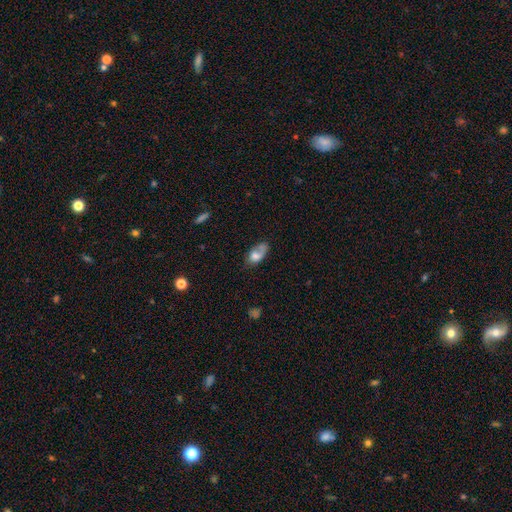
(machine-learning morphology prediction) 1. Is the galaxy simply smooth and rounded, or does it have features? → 66% smooth, 26% featured or disk, 8% star or artifact.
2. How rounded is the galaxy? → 88% in between, 9% round, 4% cigar-shaped.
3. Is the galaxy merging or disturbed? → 39% none, 28% minor disturbance, 23% major disturbance, 9% merger.